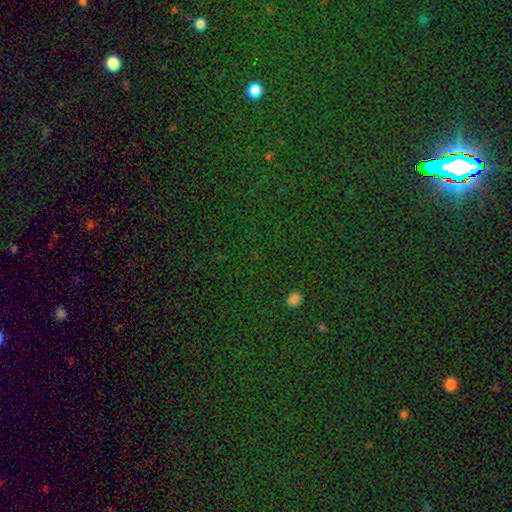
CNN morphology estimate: The model was most divided on "smooth or featured": star or artifact: 80%, smooth: 12%, featured or disk: 8%.